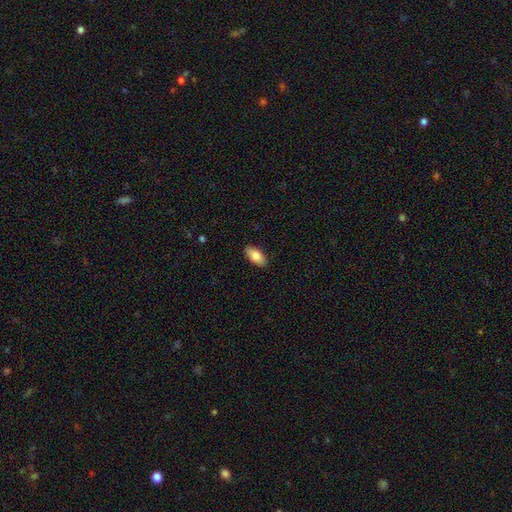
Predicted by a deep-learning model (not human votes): This is clearly a smooth galaxy (85%). How rounded: clearly in between (91%). Merging: clearly none (89%).